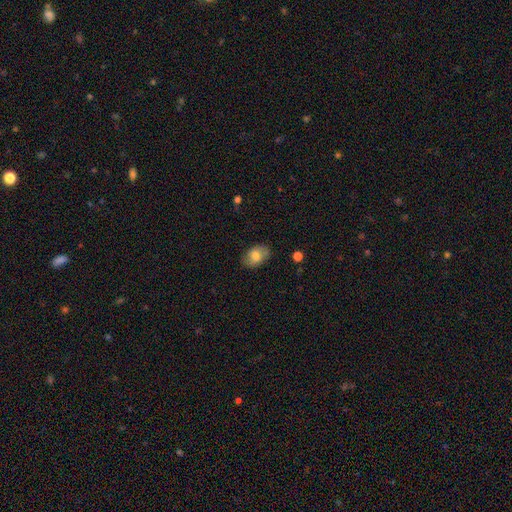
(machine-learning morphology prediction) Smooth or featured?
  - smooth: 71% *
  - featured or disk: 21%
  - star or artifact: 8%
How rounded?
  - in between: 83% *
  - round: 16%
  - cigar-shaped: 1%
Merging?
  - none: 79% *
  - minor disturbance: 16%
  - major disturbance: 4%
  - merger: 1%